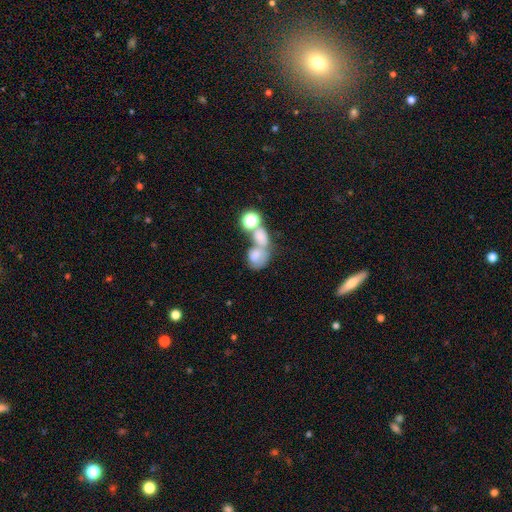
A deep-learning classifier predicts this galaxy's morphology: This appears to be a smooth galaxy with no disk features (61%) that is in between round and cigar-shaped (54%). Merging: merger (64%).